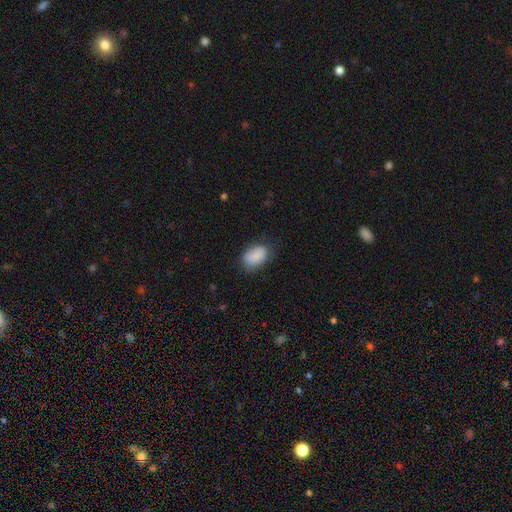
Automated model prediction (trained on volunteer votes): Smooth or featured? Predicted: smooth (p=0.87). How rounded? Predicted: in between (p=0.88). Merging? Predicted: none (p=0.72).